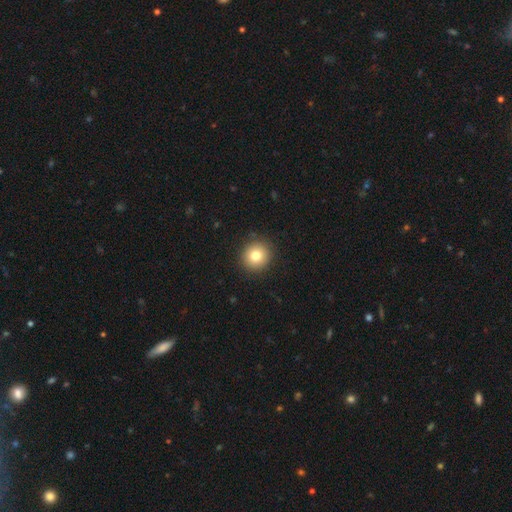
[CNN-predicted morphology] Smooth or featured: smooth — 79% (star or artifact — 11%)
How rounded: round — 91% (in between — 8%)
Merging: none — 91% (minor disturbance — 6%)